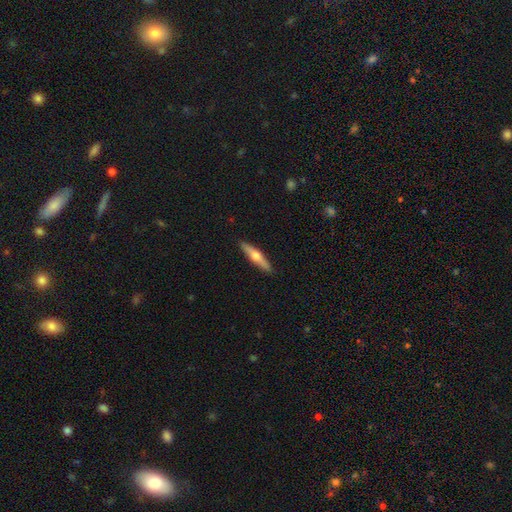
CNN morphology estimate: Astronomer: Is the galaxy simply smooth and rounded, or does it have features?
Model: featured or disk — 56% (runner-up: smooth, 38%).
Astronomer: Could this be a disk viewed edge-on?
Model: yes — 96%.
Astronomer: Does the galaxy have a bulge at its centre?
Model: rounded — 93%.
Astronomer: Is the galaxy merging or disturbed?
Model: none — 91%.